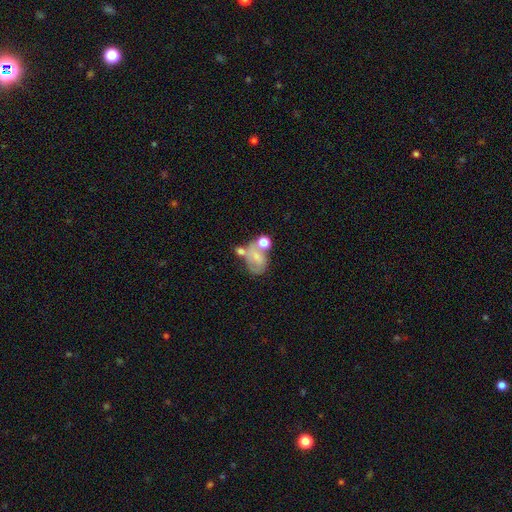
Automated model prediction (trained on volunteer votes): Overall: smooth (52%; featured or disk 35%). How rounded: in between (72%). Merging: merger (36%; none 27%).